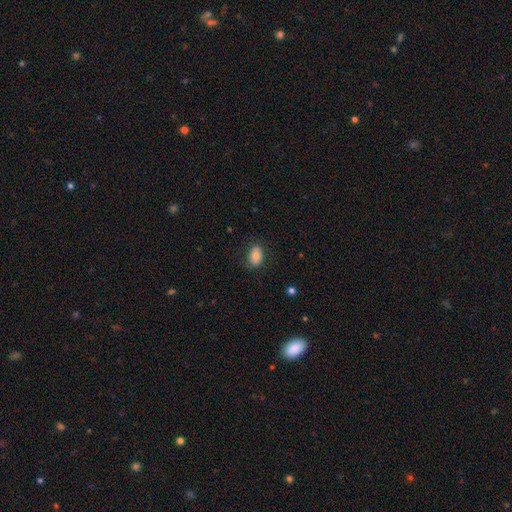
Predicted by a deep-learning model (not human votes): Smooth or featured? smooth (75%)
How rounded? in between (82%)
Merging? none (76%)